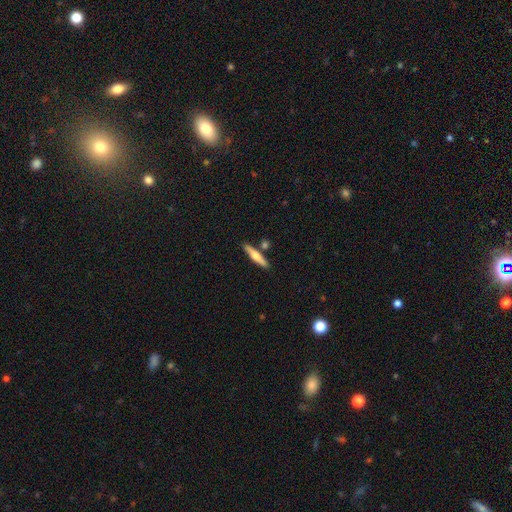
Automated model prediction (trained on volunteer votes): A smooth galaxy with no disk features (50%).

Vote fractions:
- Smooth or featured? smooth: 50% / featured or disk: 45% / star or artifact: 5%
- Merging? none: 81% / minor disturbance: 9% / merger: 8% / major disturbance: 2%